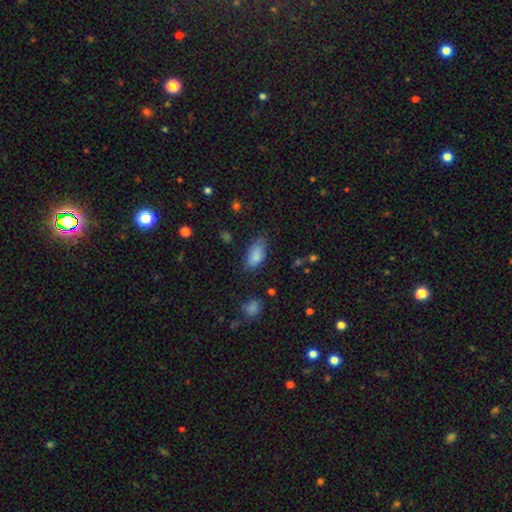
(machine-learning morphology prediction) This is clearly a smooth galaxy (85%). How rounded: clearly in between (89%). Merging: likely none (63%).